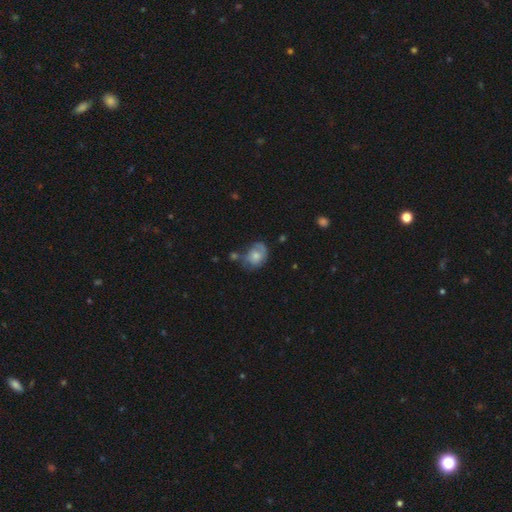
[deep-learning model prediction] smooth-or-featured: smooth: 53% | featured or disk: 38% | star or artifact: 8%
  how-rounded: in between: 57% | round: 42% | cigar-shaped: 1%
  merging: none: 40% | minor disturbance: 29% | major disturbance: 20% | merger: 11%